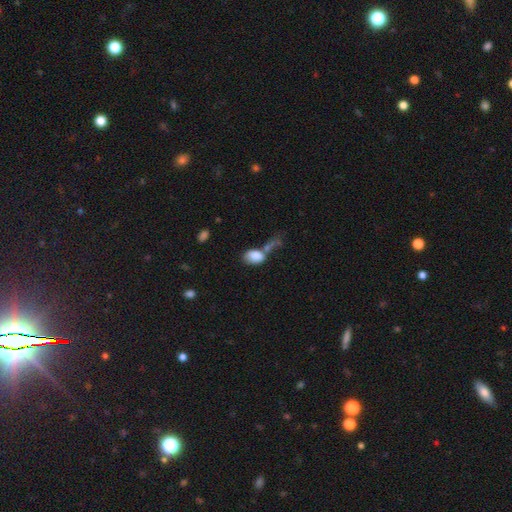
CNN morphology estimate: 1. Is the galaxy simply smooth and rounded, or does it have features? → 81% smooth, 11% featured or disk, 8% star or artifact.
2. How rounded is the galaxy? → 84% in between, 14% round, 2% cigar-shaped.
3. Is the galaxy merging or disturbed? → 40% merger, 25% none, 19% major disturbance, 16% minor disturbance.